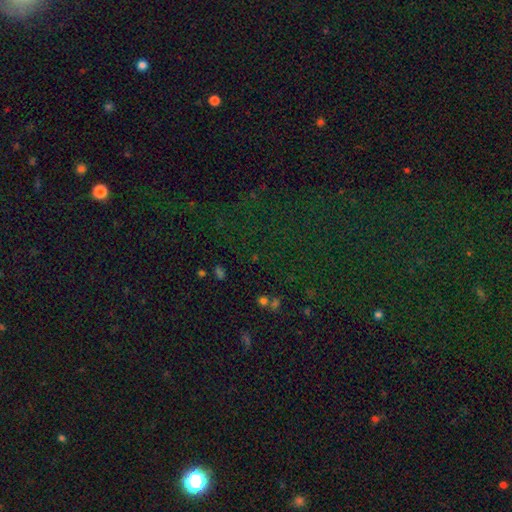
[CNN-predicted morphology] Smooth or featured? star or artifact (73%)